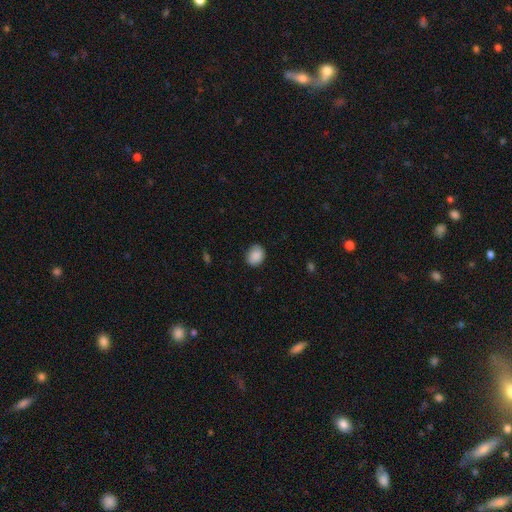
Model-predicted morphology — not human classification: smooth_or_featured: smooth (p=0.88) [alt: star or artifact p=0.08]
how_rounded: round (p=0.52) [alt: in between p=0.47]
merging: none (p=0.79) [alt: minor disturbance p=0.17]